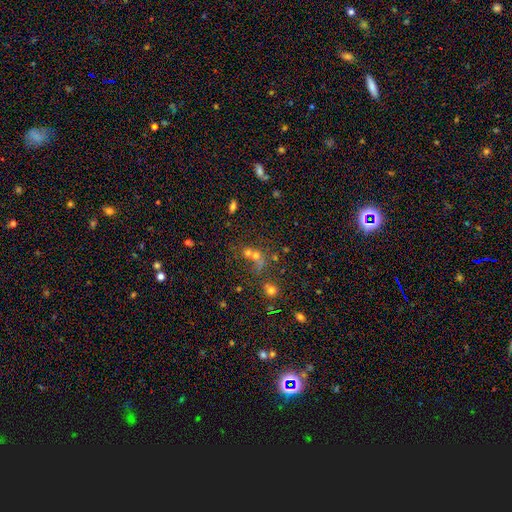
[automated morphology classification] type=smooth (54%); roundness=round (75%); merging=merger (48%).